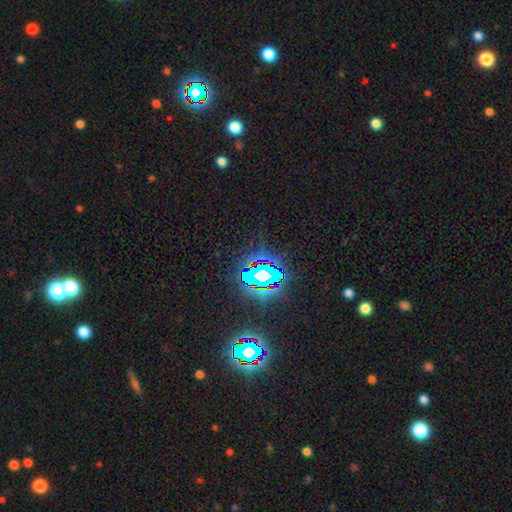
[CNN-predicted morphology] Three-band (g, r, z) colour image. It shows a star or artifact, not a galaxy (84%).